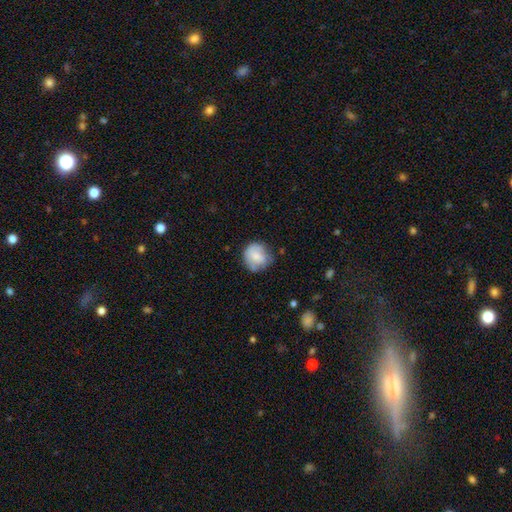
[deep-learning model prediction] smooth-or-featured: smooth: 73% | featured or disk: 19% | star or artifact: 7%
  how-rounded: round: 84% | in between: 15% | cigar-shaped: 1%
  merging: none: 62% | minor disturbance: 27% | major disturbance: 9% | merger: 2%